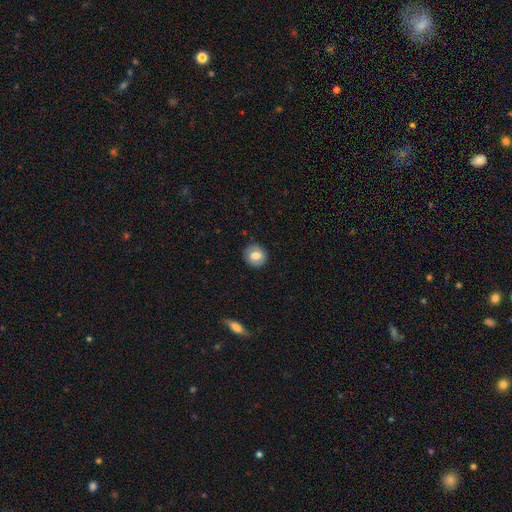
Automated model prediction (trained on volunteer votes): Smooth or featured? Predicted: smooth (p=0.73). How rounded? Predicted: round (p=0.84). Merging? Predicted: none (p=0.87).